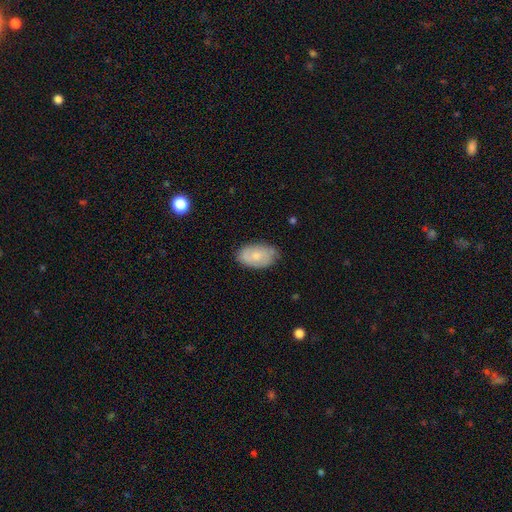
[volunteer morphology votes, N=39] A smooth galaxy with no disk features (64%) that is in between round and cigar-shaped (92%).

Vote fractions:
- Smooth or featured? smooth: 64% / featured or disk: 36% / star or artifact: 0%
- How rounded? in between: 92% / round: 8% / cigar-shaped: 0%
- Merging? none: 64% / minor disturbance: 33% / major disturbance: 3% / merger: 0%